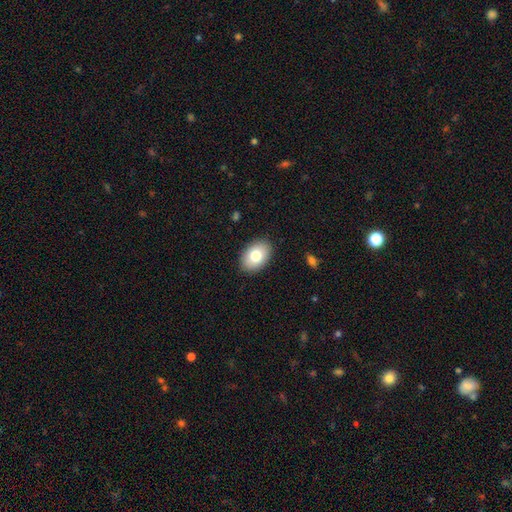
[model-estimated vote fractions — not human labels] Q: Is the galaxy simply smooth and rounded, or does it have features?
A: smooth — 80%.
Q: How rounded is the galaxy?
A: in between — 87%.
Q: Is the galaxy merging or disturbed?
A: none — 89%.